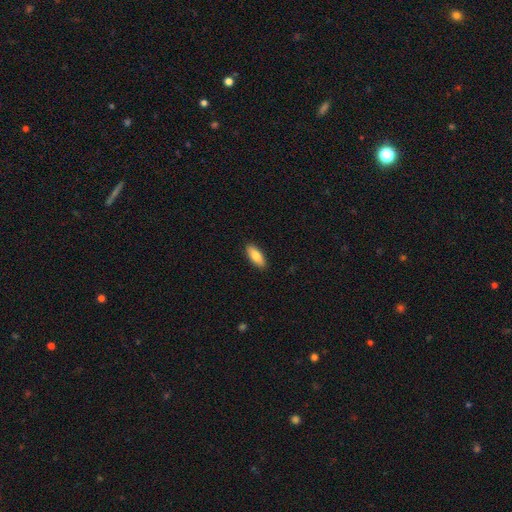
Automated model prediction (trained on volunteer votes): A smooth galaxy with no disk features (83%) that is in between round and cigar-shaped (74%). Merging: none (90%).